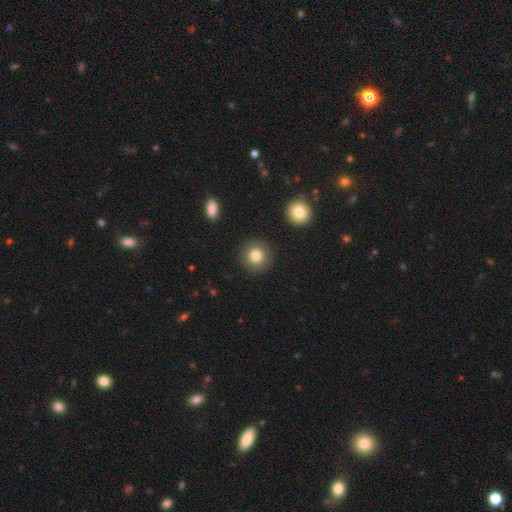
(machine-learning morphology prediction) A smooth galaxy with no disk features (81%) that is round (93%).

Vote fractions:
- Smooth or featured? smooth: 81% / star or artifact: 10% / featured or disk: 9%
- How rounded? round: 93% / in between: 6% / cigar-shaped: 1%
- Merging? none: 89% / minor disturbance: 6% / major disturbance: 3% / merger: 2%